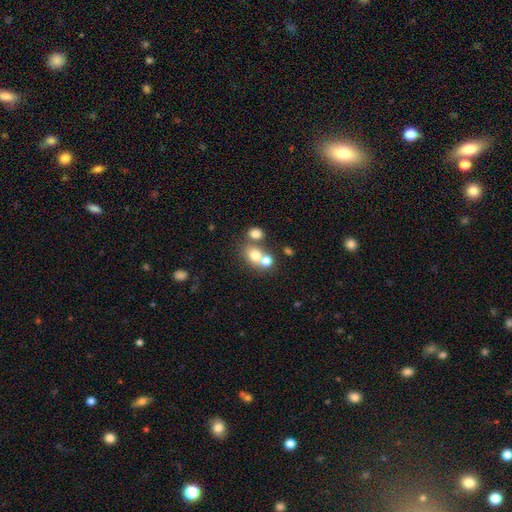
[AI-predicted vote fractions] Smooth or featured? Predicted: smooth (p=0.71). How rounded? Predicted: round (p=0.61). Merging? Predicted: merger (p=0.48).